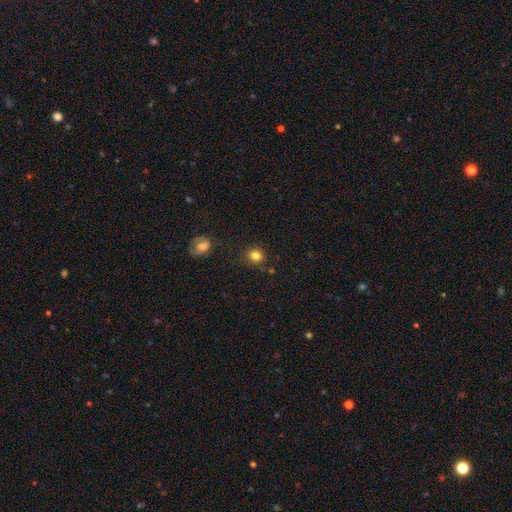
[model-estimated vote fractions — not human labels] The model was most divided on "how rounded": round: 82%, in between: 17%, cigar-shaped: 1%. More confident: merging — none (83%); smooth or featured — smooth (82%).